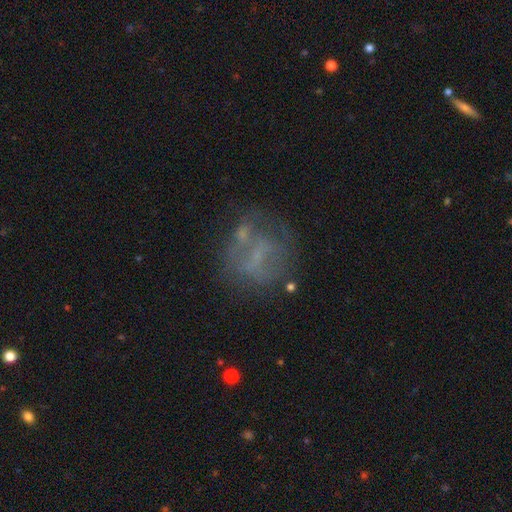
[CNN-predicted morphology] Q: Smooth or featured?
A: featured or disk (50%); runner-up: smooth (32%)
Q: Merging?
A: none (58%); runner-up: minor disturbance (18%)